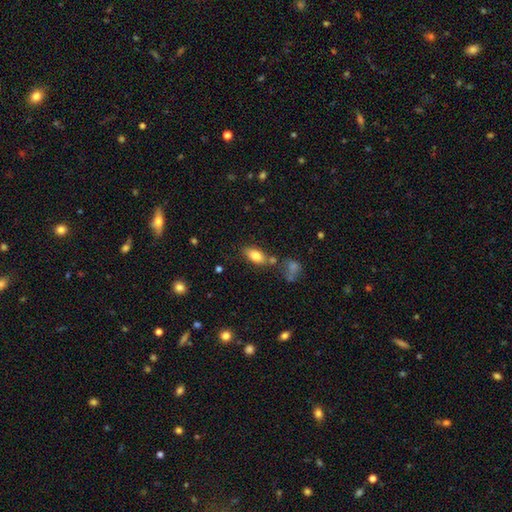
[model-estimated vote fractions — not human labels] A smooth galaxy with no disk features (81%) that is in between round and cigar-shaped (89%).

Vote fractions:
- Smooth or featured? smooth: 81% / featured or disk: 11% / star or artifact: 8%
- How rounded? in between: 89% / cigar-shaped: 6% / round: 5%
- Merging? none: 68% / minor disturbance: 15% / merger: 12% / major disturbance: 5%